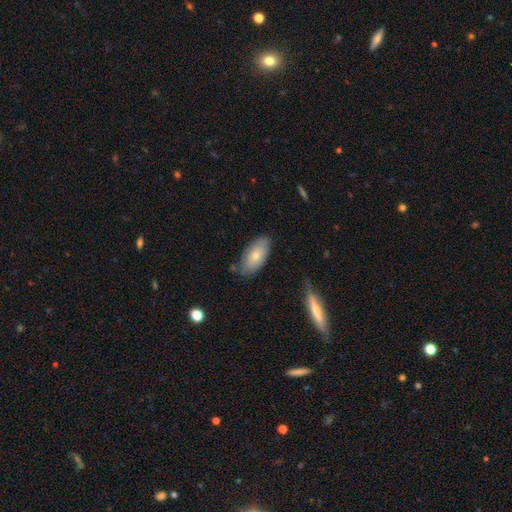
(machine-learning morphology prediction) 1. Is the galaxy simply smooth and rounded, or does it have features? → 74% smooth, 19% featured or disk, 7% star or artifact.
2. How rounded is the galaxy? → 91% in between, 6% cigar-shaped, 3% round.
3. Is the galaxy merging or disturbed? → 75% none, 18% minor disturbance, 4% major disturbance, 3% merger.